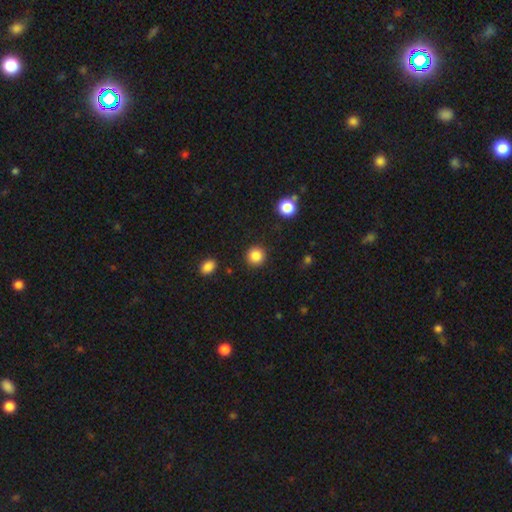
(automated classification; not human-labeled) Smooth or featured? Predicted: smooth (p=0.86). How rounded? Predicted: round (p=0.93). Merging? Predicted: none (p=0.90).